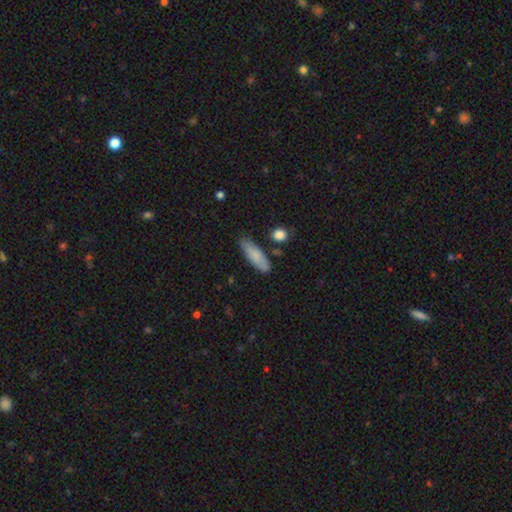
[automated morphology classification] type=smooth (81%); roundness=in between (54%); merging=none (78%).